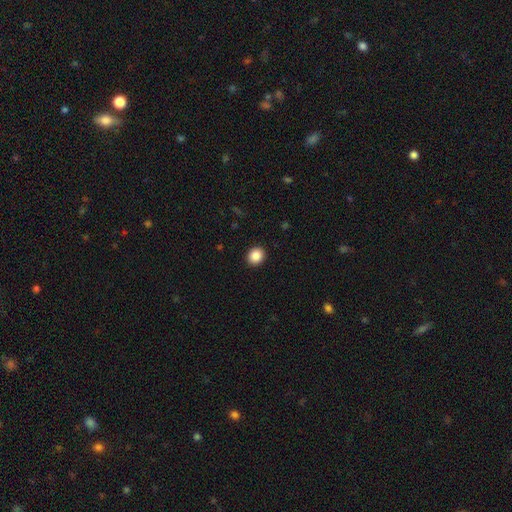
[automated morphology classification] This appears to be a smooth galaxy with no disk features (88%) that is round (76%). Merging: none (92%).